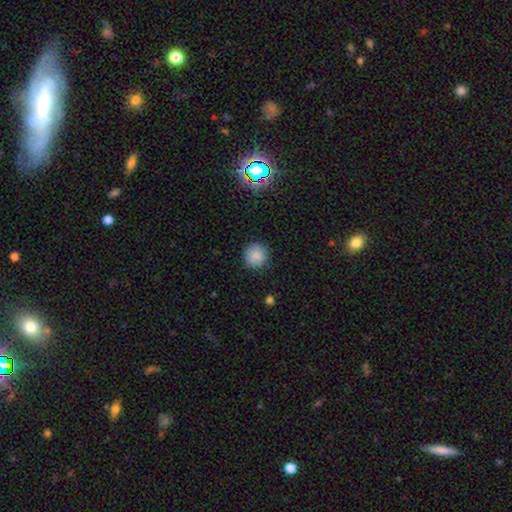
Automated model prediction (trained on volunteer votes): Morphology: type=smooth (86%); roundness=round (92%); merging=none (87%).